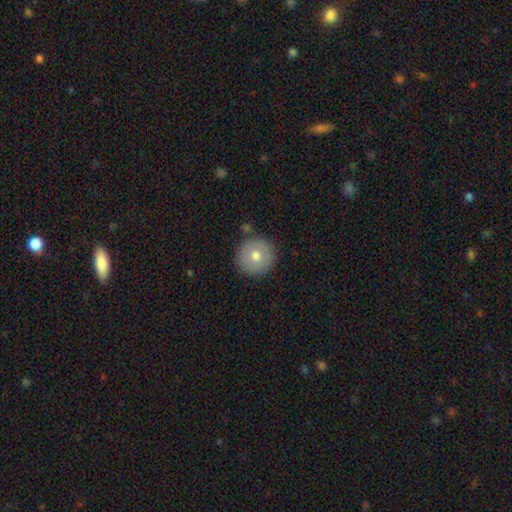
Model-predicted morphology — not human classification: Smooth or featured: smooth — 70% (featured or disk — 22%)
How rounded: round — 95% (in between — 4%)
Merging: none — 88% (minor disturbance — 8%)